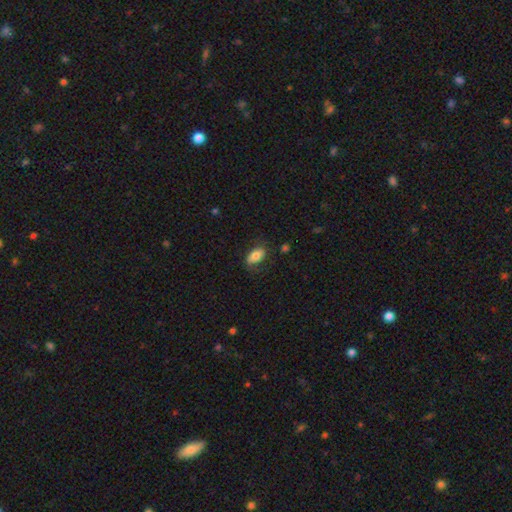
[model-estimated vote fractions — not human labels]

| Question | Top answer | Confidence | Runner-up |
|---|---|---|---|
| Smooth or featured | smooth | 77% | featured or disk (16%) |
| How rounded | in between | 91% | round (5%) |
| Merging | none | 72% | minor disturbance (19%) |